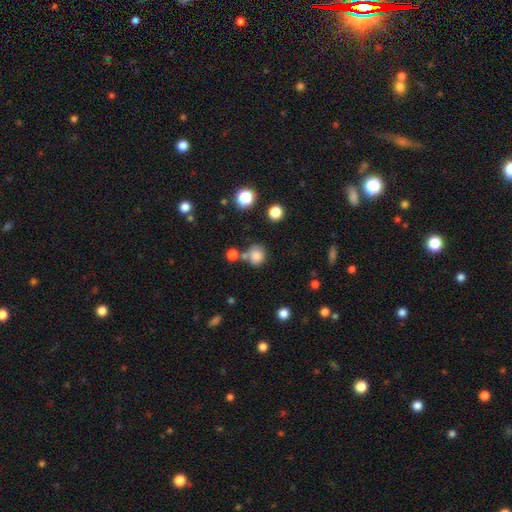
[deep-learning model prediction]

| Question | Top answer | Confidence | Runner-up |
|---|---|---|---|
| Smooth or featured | smooth | 82% | star or artifact (12%) |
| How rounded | round | 82% | in between (17%) |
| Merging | none | 61% | merger (18%) |